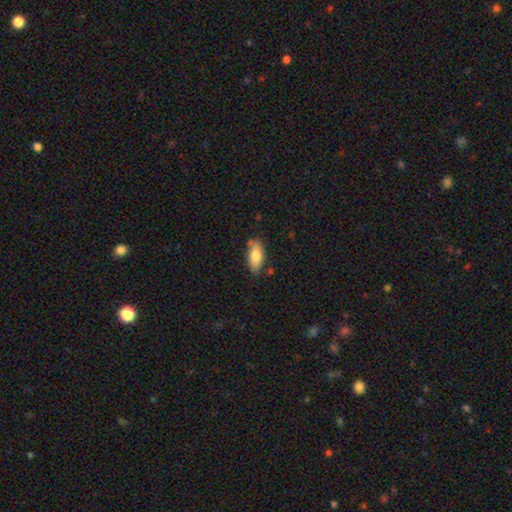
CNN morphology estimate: smooth 79%, featured or disk 14%, star or artifact 7%. Down the decision tree: how rounded — in between (83%); merging — none (77%).